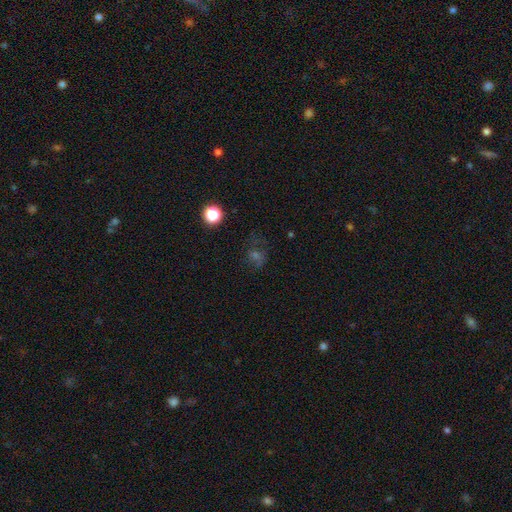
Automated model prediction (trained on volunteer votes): Smooth or featured? Predicted: star or artifact (p=0.38, tied with smooth).